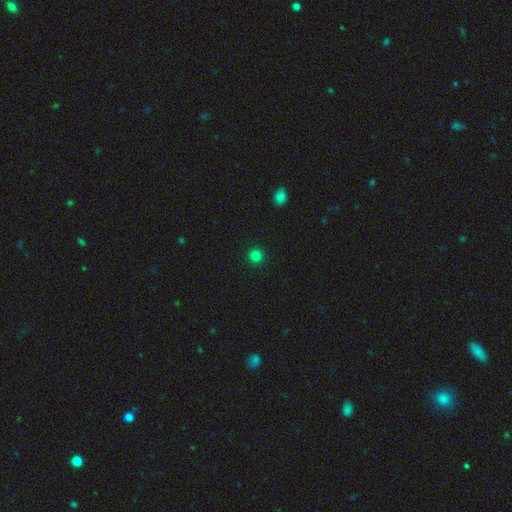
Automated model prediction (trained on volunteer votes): Overall: smooth (81%). How rounded: round (96%). Merging: none (93%).